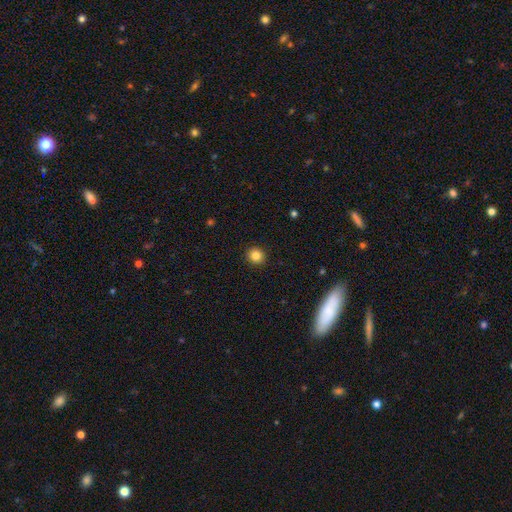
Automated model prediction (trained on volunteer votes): This appears to be a smooth galaxy with no disk features (84%) that is round (91%). Merging: none (92%).